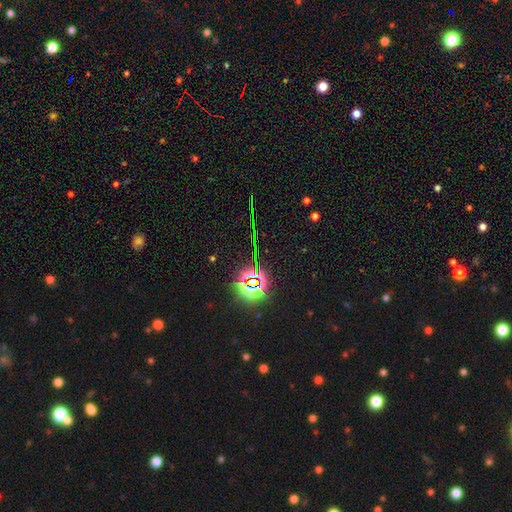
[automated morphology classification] A star or artifact, not a galaxy (82%).

Vote fractions:
- Smooth or featured? star or artifact: 82% / smooth: 11% / featured or disk: 7%